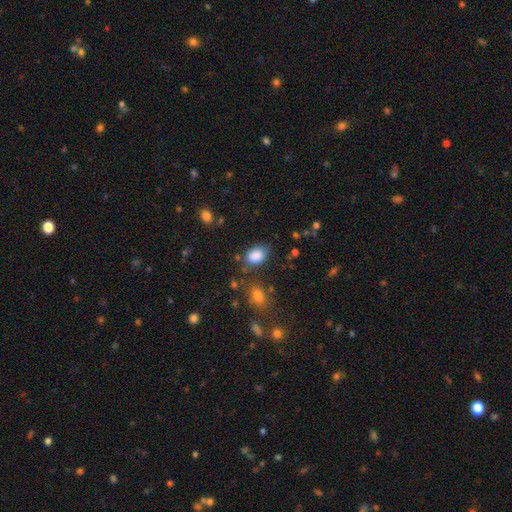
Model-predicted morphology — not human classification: A smooth galaxy with no disk features (86%) that is in between round and cigar-shaped (75%). Merging: none (69%).